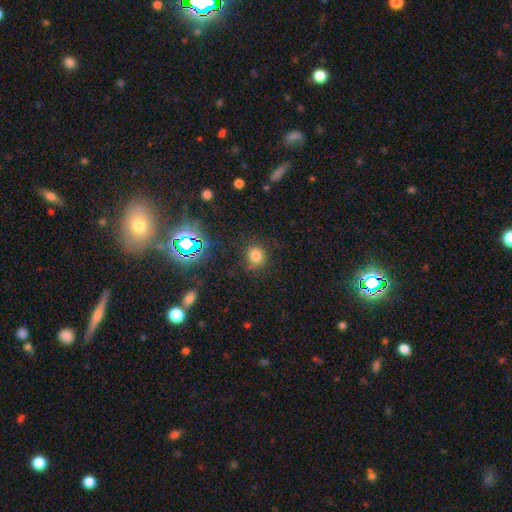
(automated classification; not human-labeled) smooth 73%, star or artifact 20%, featured or disk 7%. Down the decision tree: how rounded — round (76%); merging — none (79%).